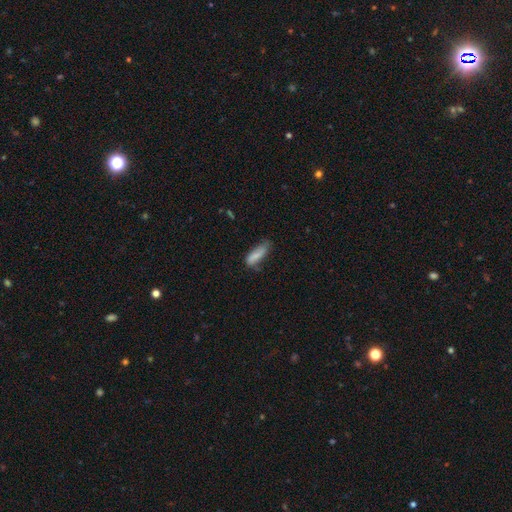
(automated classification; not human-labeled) smooth 81%, featured or disk 12%, star or artifact 7%. Down the decision tree: how rounded — cigar-shaped (50%); merging — none (49%).